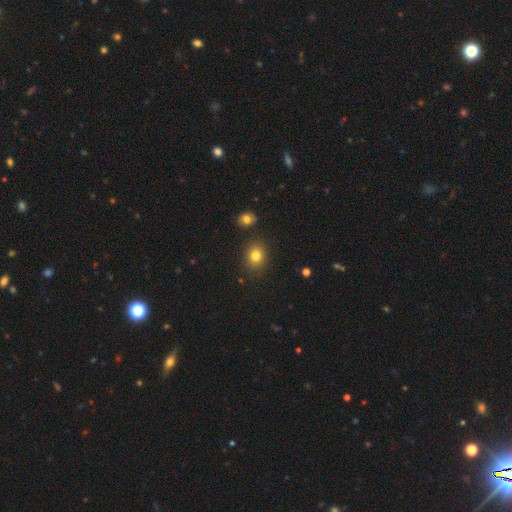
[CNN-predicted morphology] Smooth or featured? Predicted: smooth (p=0.81). How rounded? Predicted: round (p=0.65). Merging? Predicted: none (p=0.85).